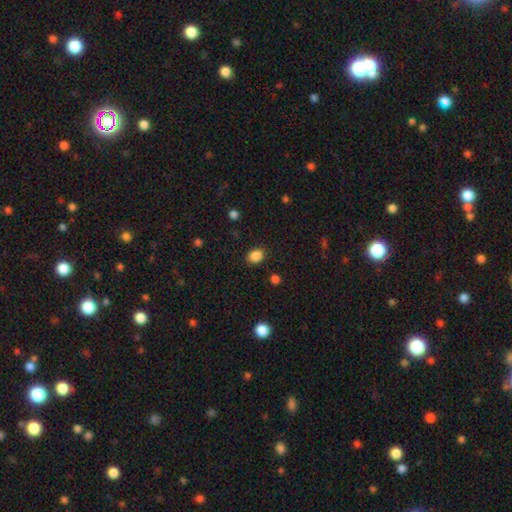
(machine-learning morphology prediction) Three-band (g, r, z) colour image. It shows a smooth galaxy with no disk features (86%) that is in between round and cigar-shaped (53%). Merging: none (87%).